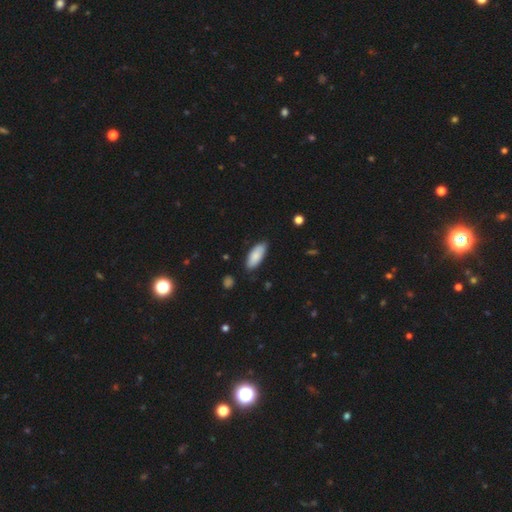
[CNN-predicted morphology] smooth-or-featured: smooth: 86% | featured or disk: 8% | star or artifact: 6%
  how-rounded: in between: 80% | cigar-shaped: 18% | round: 2%
  merging: none: 83% | minor disturbance: 14% | major disturbance: 2% | merger: 1%